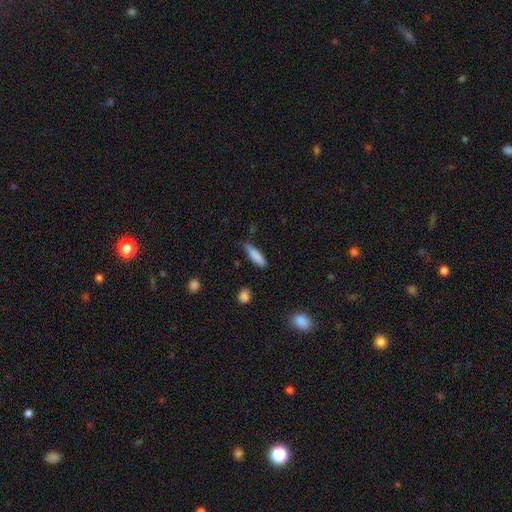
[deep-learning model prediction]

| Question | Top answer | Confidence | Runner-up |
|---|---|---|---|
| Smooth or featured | smooth | 85% | featured or disk (8%) |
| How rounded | cigar-shaped | 64% | in between (34%) |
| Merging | none | 68% | minor disturbance (25%) |